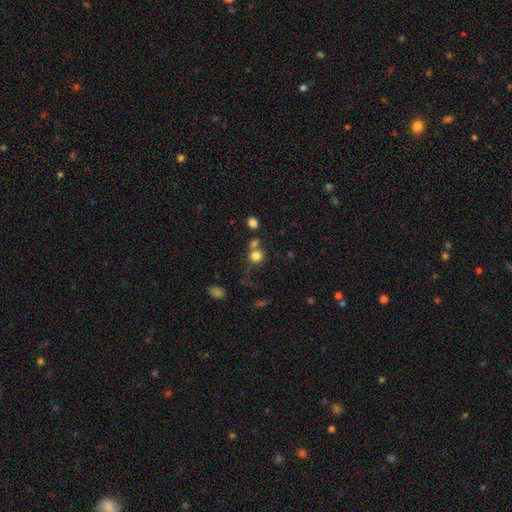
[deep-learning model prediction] Morphology: type=smooth (79%); roundness=round (85%); merging=none (52%).